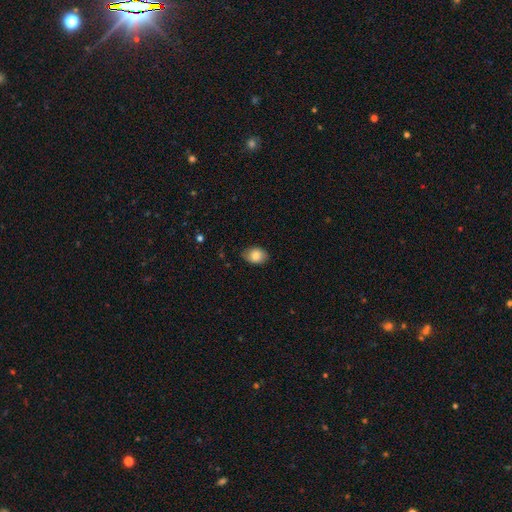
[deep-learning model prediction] Overall: smooth (83%). How rounded: in between (73%). Merging: none (78%).